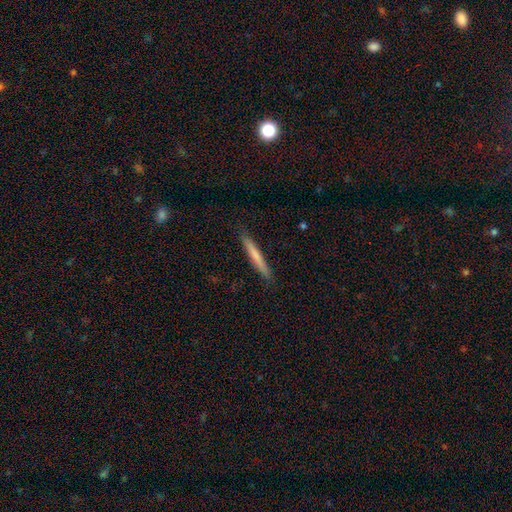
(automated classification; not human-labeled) smooth 66%, featured or disk 29%, star or artifact 5%. Down the decision tree: how rounded — cigar-shaped (96%); merging — none (89%).